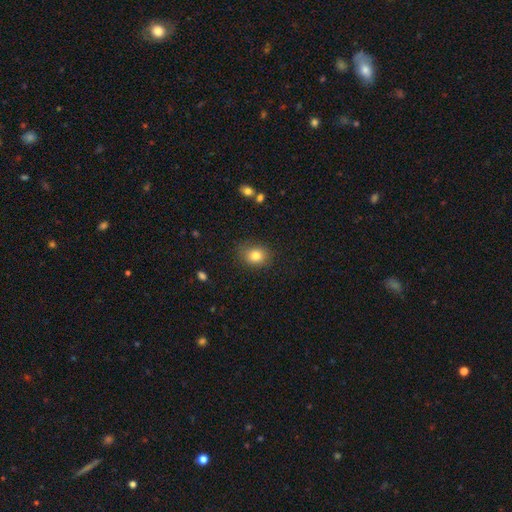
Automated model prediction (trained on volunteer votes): smooth_or_featured: smooth (p=0.81) [alt: star or artifact p=0.11]
how_rounded: round (p=0.58) [alt: in between p=0.41]
merging: none (p=0.80) [alt: minor disturbance p=0.15]